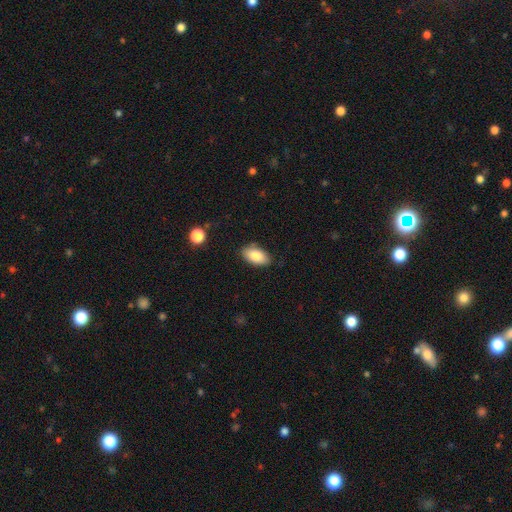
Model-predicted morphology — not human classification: Overall: smooth (85%). How rounded: in between (93%). Merging: none (82%).